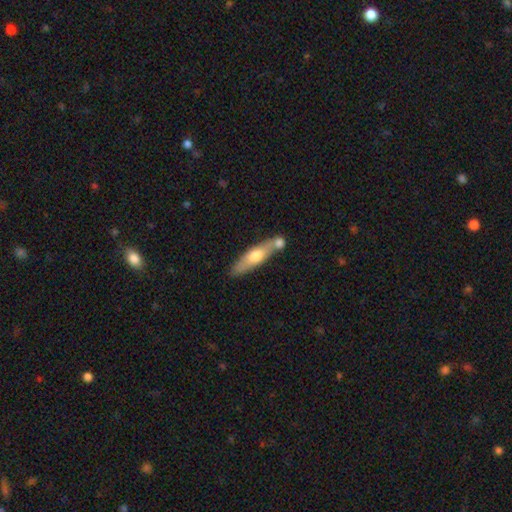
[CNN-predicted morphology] This appears to be a smooth galaxy with no disk features (53%) that is cigar-shaped (71%). Merging: none (54%).